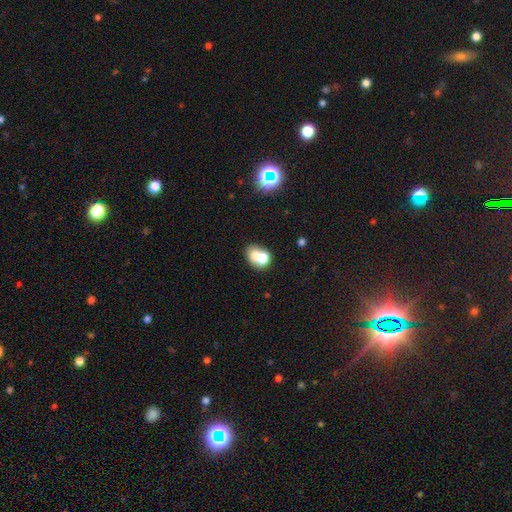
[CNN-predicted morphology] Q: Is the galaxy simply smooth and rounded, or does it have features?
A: smooth — 66%.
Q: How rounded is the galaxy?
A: round — 50%.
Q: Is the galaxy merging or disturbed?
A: merger — 59%.